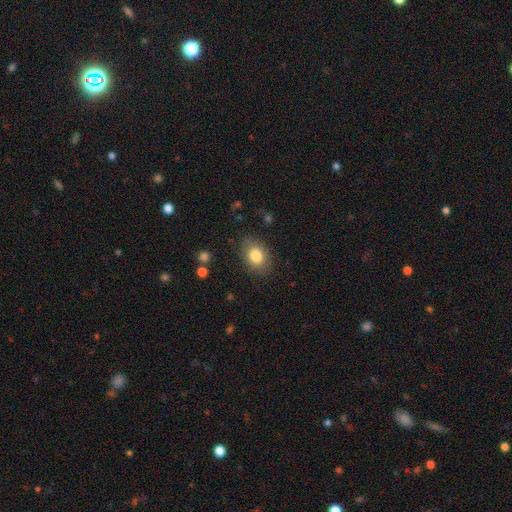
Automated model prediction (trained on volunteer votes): A smooth galaxy with no disk features (82%) that is in between round and cigar-shaped (73%).

Vote fractions:
- Smooth or featured? smooth: 82% / featured or disk: 10% / star or artifact: 8%
- How rounded? in between: 73% / round: 26% / cigar-shaped: 1%
- Merging? none: 82% / minor disturbance: 13% / major disturbance: 4% / merger: 1%